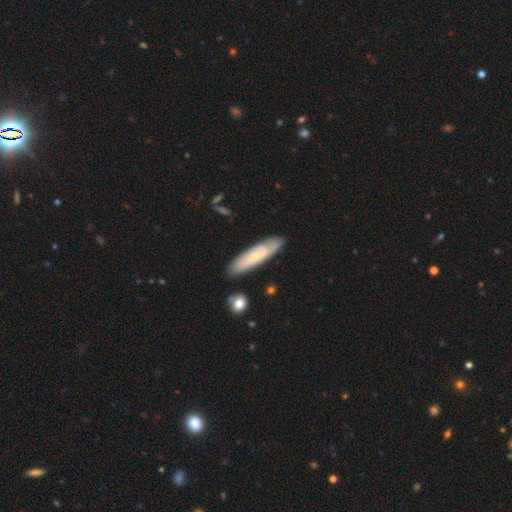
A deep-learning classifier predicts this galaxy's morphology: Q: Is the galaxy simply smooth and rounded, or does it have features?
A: featured or disk — 50%.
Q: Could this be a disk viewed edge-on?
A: no — 64%.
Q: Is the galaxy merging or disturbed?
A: none — 79%.